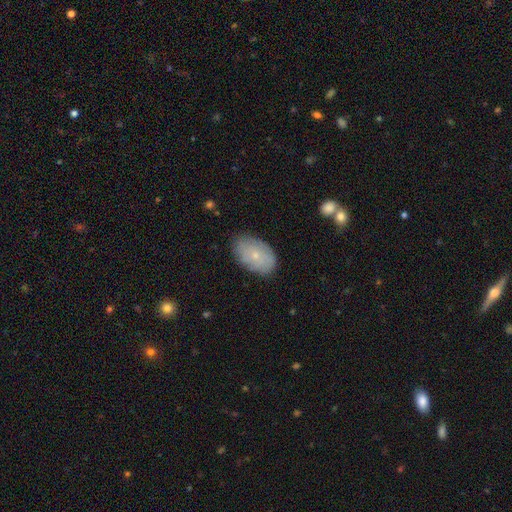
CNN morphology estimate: smooth-or-featured: smooth: 65% | featured or disk: 28% | star or artifact: 7%
  how-rounded: in between: 91% | round: 8% | cigar-shaped: 1%
  merging: none: 80% | minor disturbance: 15% | major disturbance: 3% | merger: 1%